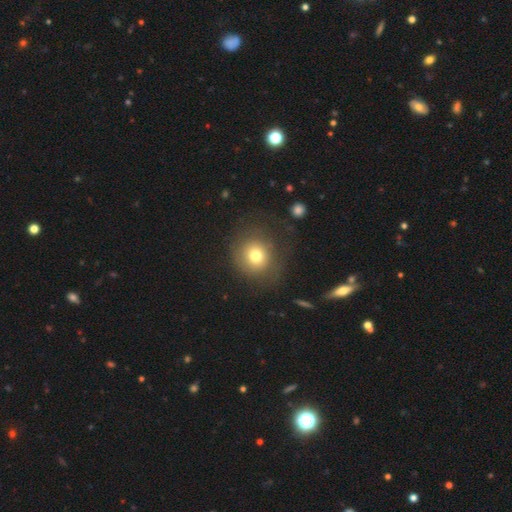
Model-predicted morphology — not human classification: Smooth or featured? smooth (75%)
How rounded? round (85%)
Merging? none (73%)